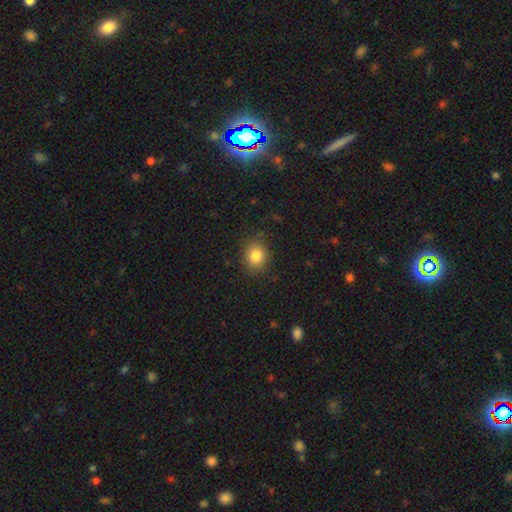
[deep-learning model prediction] A smooth galaxy with no disk features (83%) that is round (71%).

Vote fractions:
- Smooth or featured? smooth: 83% / star or artifact: 11% / featured or disk: 7%
- How rounded? round: 71% / in between: 28% / cigar-shaped: 1%
- Merging? none: 84% / minor disturbance: 12% / major disturbance: 3% / merger: 1%